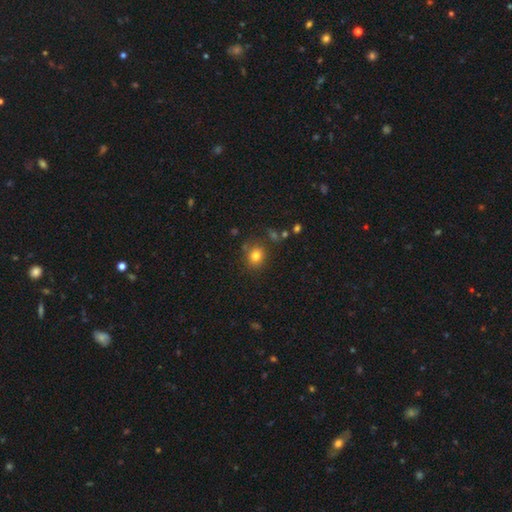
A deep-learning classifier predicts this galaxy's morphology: smooth 80%, star or artifact 12%, featured or disk 7%. Down the decision tree: how rounded — round (71%); merging — none (79%).